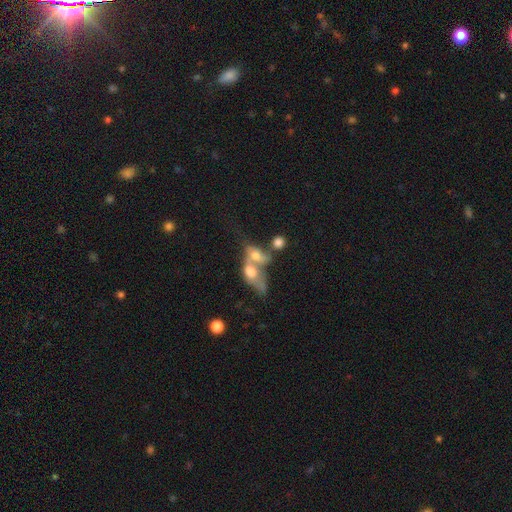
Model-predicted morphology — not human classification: Smooth or featured? Predicted: smooth (p=0.55). How rounded? Predicted: in between (p=0.69). Merging? Predicted: merger (p=0.76).